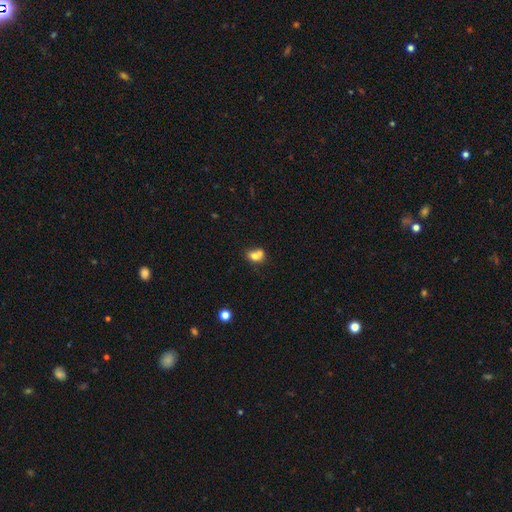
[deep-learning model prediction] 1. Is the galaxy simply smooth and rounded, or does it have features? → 71% smooth, 18% featured or disk, 11% star or artifact.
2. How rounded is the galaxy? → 51% in between, 47% round, 1% cigar-shaped.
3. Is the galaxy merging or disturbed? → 59% merger, 26% none, 10% minor disturbance, 5% major disturbance.